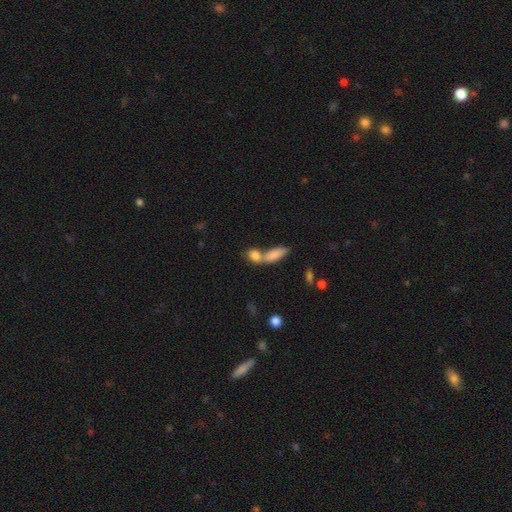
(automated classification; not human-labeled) Smooth or featured: smooth — 82% (featured or disk — 10%)
How rounded: in between — 73% (round — 16%)
Merging: merger — 58% (none — 30%)